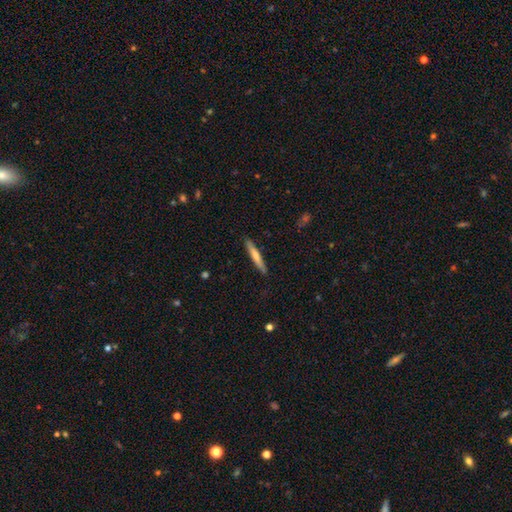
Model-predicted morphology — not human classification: Smooth or featured? smooth (65%)
How rounded? cigar-shaped (95%)
Merging? none (89%)